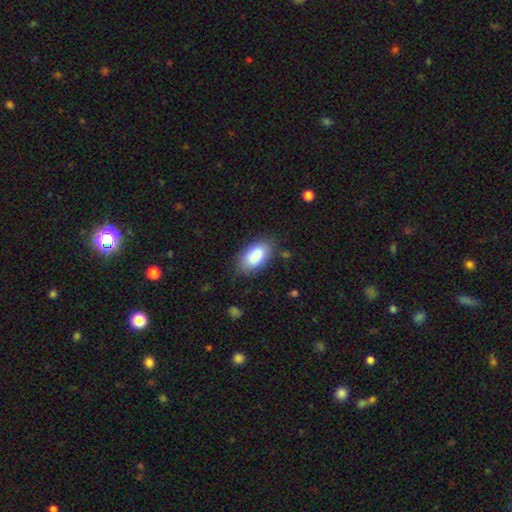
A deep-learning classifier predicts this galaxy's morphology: Smooth or featured?
  - smooth: 86% *
  - featured or disk: 8%
  - star or artifact: 6%
How rounded?
  - in between: 94% *
  - cigar-shaped: 3%
  - round: 3%
Merging?
  - none: 78% *
  - minor disturbance: 15%
  - major disturbance: 4%
  - merger: 2%